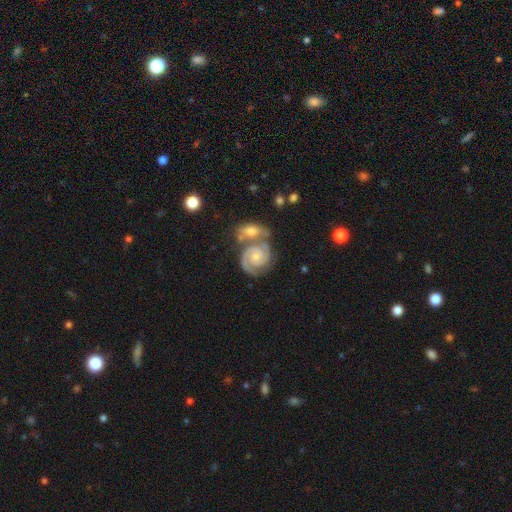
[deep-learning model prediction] Overall: featured or disk (86%). Edge-on disk: no (98%). Bar: no (74%). Spiral arms: yes (97%). Spiral arm count: 2 (85%). Spiral winding: tight (62%; medium 32%). Bulge size: small (56%; moderate 33%). Merging: none (42%; merger 41%).